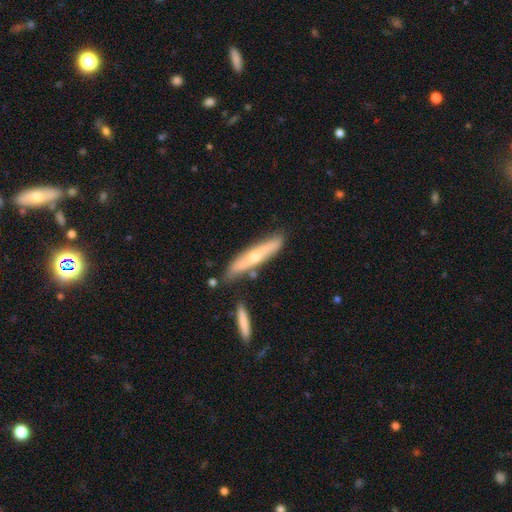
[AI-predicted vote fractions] Q: Smooth or featured?
A: featured or disk (48%); runner-up: smooth (46%)
Q: Merging?
A: none (76%); runner-up: minor disturbance (14%)